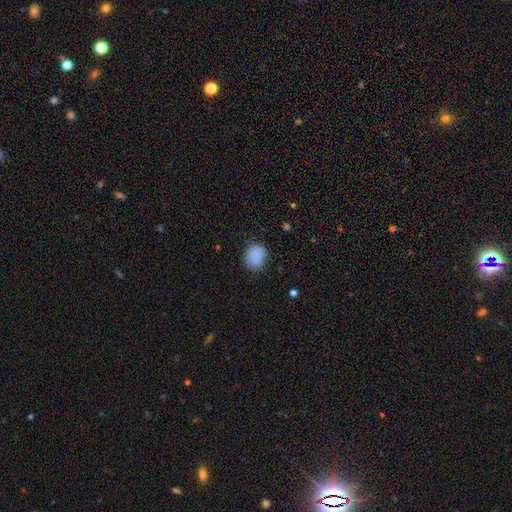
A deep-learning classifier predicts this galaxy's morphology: Overall: smooth (85%). How rounded: round (52%; in between 47%). Merging: none (73%).